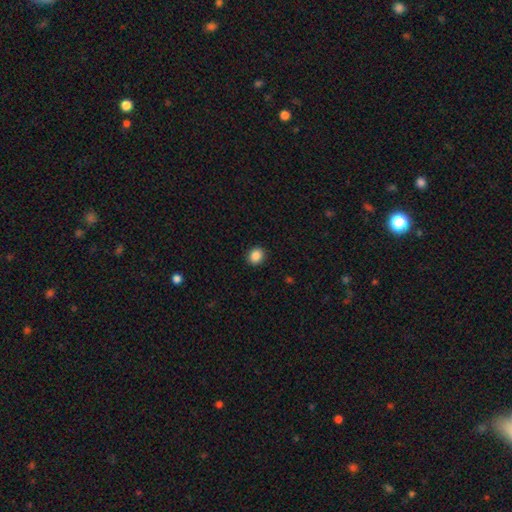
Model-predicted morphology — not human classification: Smooth or featured? smooth (88%)
How rounded? round (68%)
Merging? none (91%)